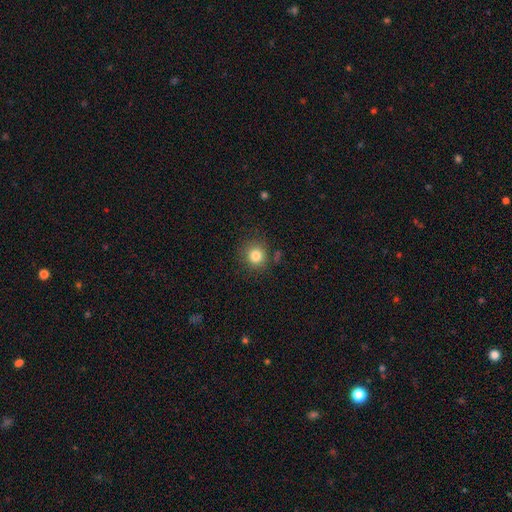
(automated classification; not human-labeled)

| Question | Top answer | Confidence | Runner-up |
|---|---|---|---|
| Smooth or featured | smooth | 82% | star or artifact (12%) |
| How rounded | round | 89% | in between (10%) |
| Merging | none | 83% | minor disturbance (10%) |